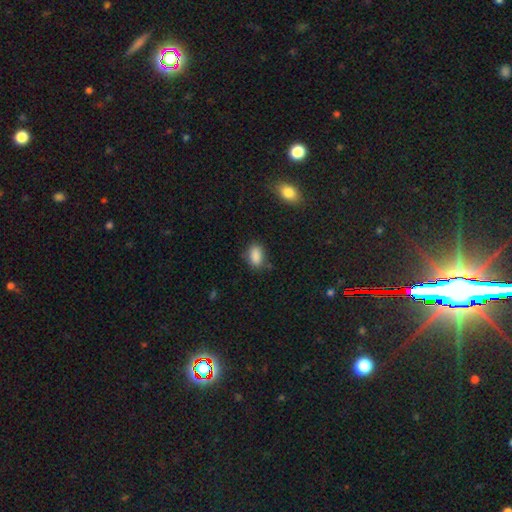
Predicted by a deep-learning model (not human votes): smooth-or-featured: smooth: 87% | star or artifact: 9% | featured or disk: 4%
  how-rounded: in between: 88% | round: 10% | cigar-shaped: 3%
  merging: none: 76% | minor disturbance: 17% | major disturbance: 4% | merger: 3%